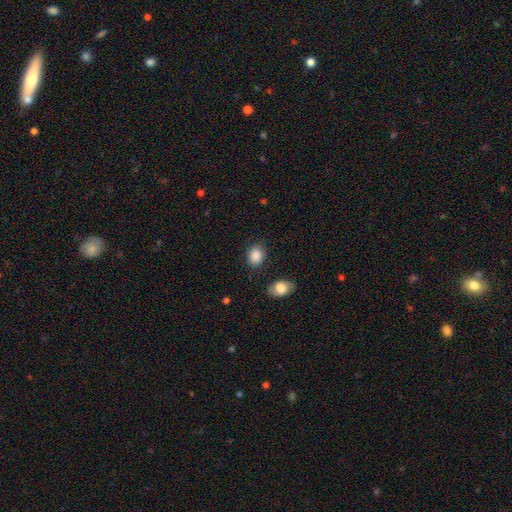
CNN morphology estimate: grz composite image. It shows a smooth galaxy with no disk features (88%) that is in between round and cigar-shaped (55%). Merging: none (83%).